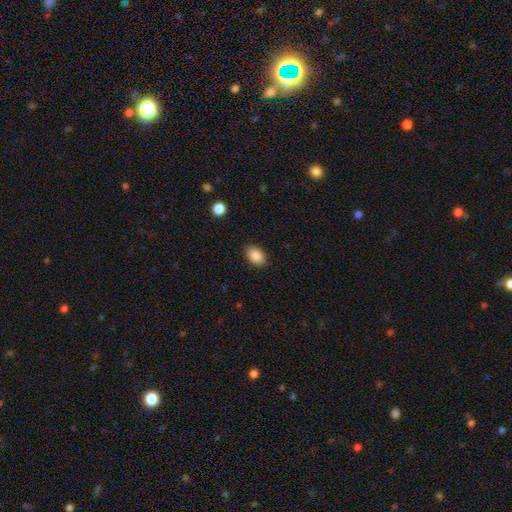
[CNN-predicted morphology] Smooth or featured? Predicted: smooth (p=0.88). How rounded? Predicted: in between (p=0.84). Merging? Predicted: none (p=0.87).